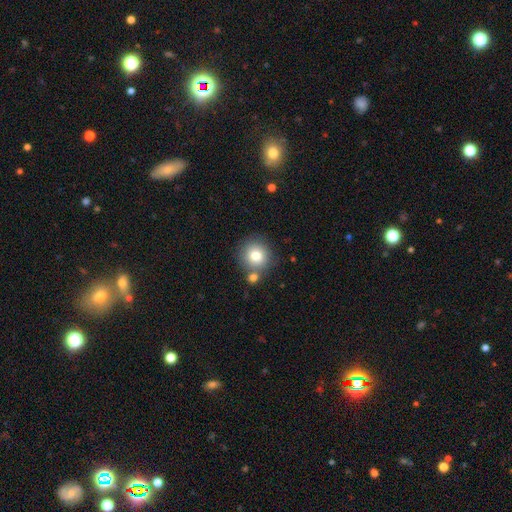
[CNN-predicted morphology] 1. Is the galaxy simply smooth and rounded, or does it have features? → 79% smooth, 11% featured or disk, 10% star or artifact.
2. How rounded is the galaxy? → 91% round, 8% in between, 1% cigar-shaped.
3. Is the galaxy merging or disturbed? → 69% none, 17% merger, 10% minor disturbance, 3% major disturbance.